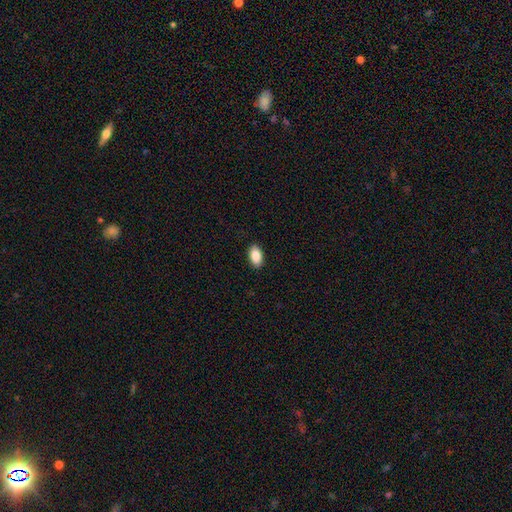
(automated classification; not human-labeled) The model was most divided on "smooth or featured": smooth: 86%, star or artifact: 7%, featured or disk: 7%. More confident: how rounded — in between (93%); merging — none (91%).